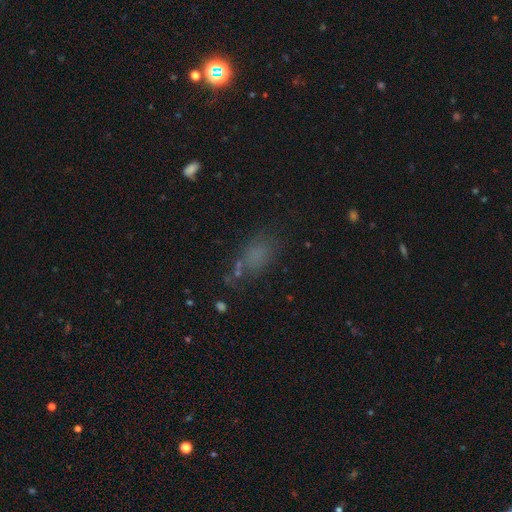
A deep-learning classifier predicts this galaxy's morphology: smooth-or-featured: smooth: 64% | star or artifact: 22% | featured or disk: 14%
  how-rounded: in between: 80% | round: 12% | cigar-shaped: 8%
  merging: none: 55% | minor disturbance: 20% | major disturbance: 16% | merger: 9%